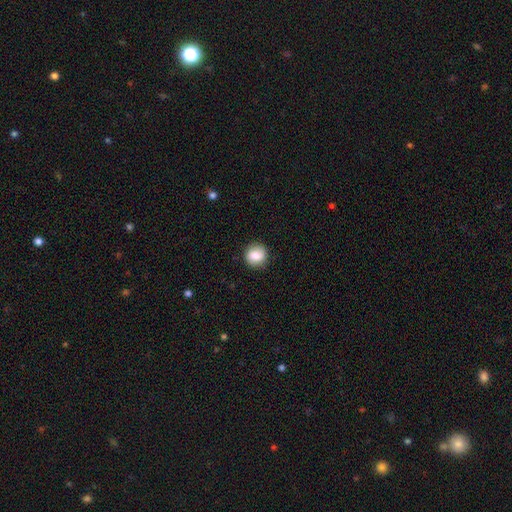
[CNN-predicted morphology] smooth_or_featured: smooth (p=0.82) [alt: featured or disk p=0.10]
how_rounded: round (p=0.86) [alt: in between p=0.13]
merging: none (p=0.86) [alt: minor disturbance p=0.10]